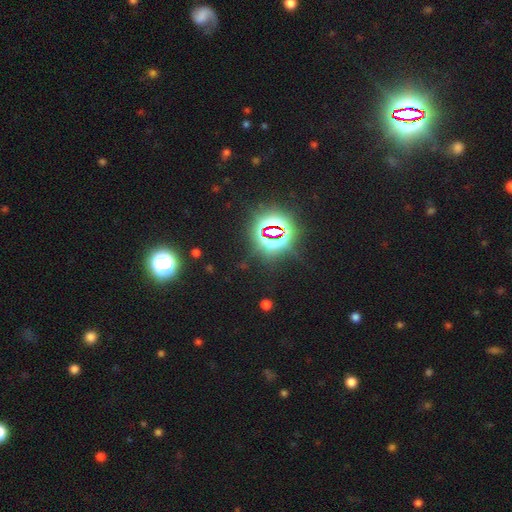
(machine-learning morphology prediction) Overall: star or artifact (81%).